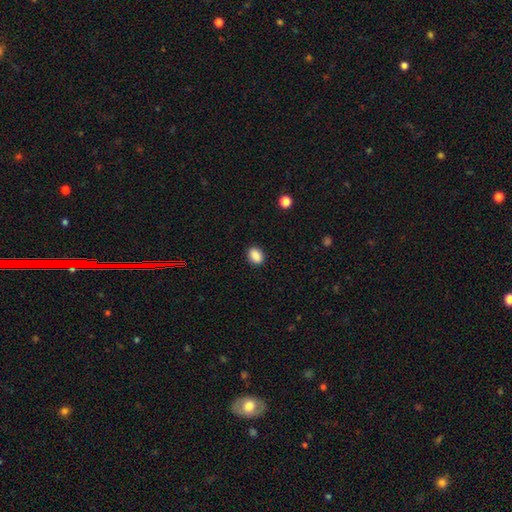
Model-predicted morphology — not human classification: type=smooth (88%); roundness=in between (68%); merging=none (89%).